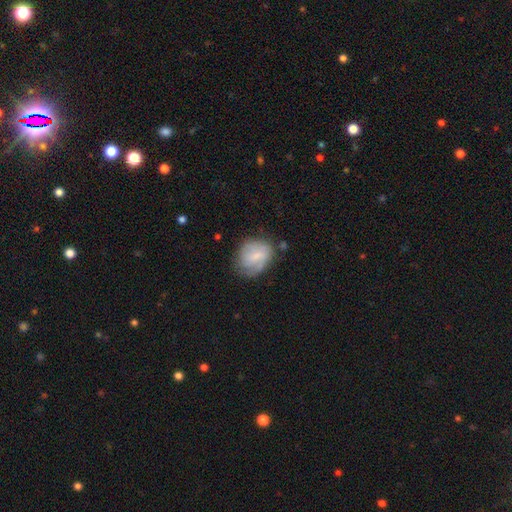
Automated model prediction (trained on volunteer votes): Smooth or featured? Predicted: smooth (p=0.48). Merging? Predicted: none (p=0.57).